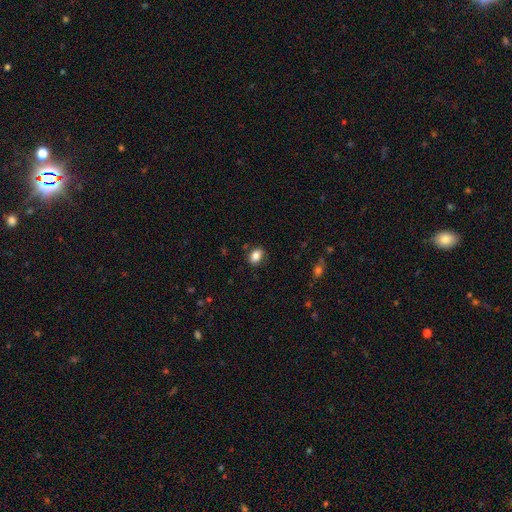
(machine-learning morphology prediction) smooth_or_featured: smooth (p=0.84) [alt: star or artifact p=0.09]
how_rounded: in between (p=0.75) [alt: round p=0.24]
merging: none (p=0.81) [alt: minor disturbance p=0.15]